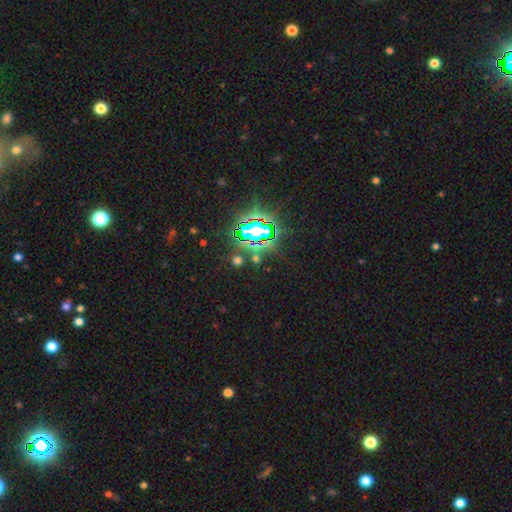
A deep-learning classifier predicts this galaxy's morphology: Smooth or featured? star or artifact (80%)